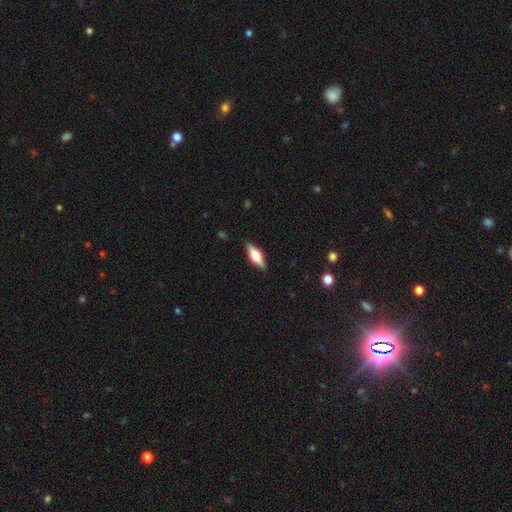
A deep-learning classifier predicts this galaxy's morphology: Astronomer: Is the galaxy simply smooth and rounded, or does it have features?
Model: featured or disk — 58% (runner-up: smooth, 35%).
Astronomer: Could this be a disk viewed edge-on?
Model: yes — 95%.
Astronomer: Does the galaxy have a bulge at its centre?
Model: rounded — 90%.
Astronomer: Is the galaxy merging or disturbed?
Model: none — 88%.